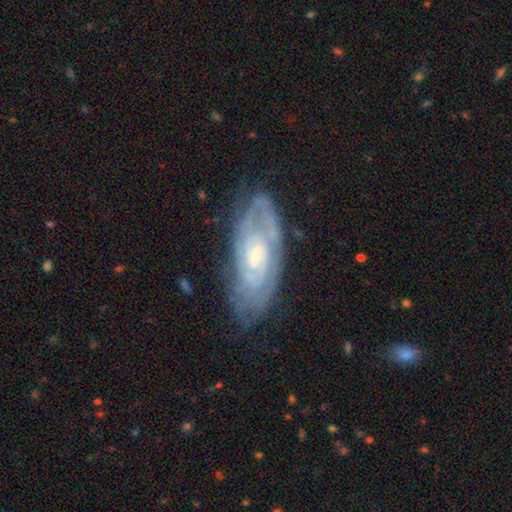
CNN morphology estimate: Overall: featured or disk (80%). Edge-on disk: no (89%). Bar: no (57%; weak 36%). Spiral arms: yes (90%). Spiral arm count: can't tell (48%; 2 27%). Spiral winding: tight (68%). Bulge size: small (52%; moderate 38%). Merging: none (73%).